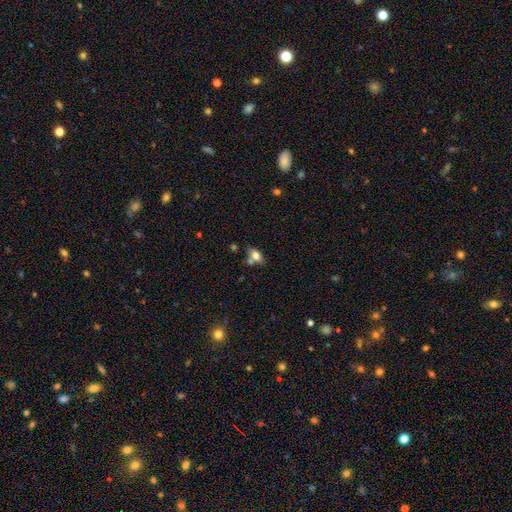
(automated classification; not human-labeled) Overall: smooth (70%). How rounded: in between (83%). Merging: none (55%; merger 24%).